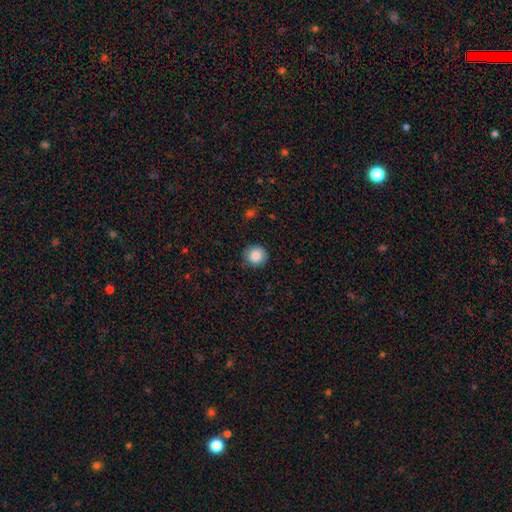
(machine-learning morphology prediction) Smooth or featured?
  - smooth: 87% *
  - star or artifact: 9%
  - featured or disk: 4%
How rounded?
  - round: 92% *
  - in between: 7%
  - cigar-shaped: 1%
Merging?
  - none: 87% *
  - minor disturbance: 10%
  - major disturbance: 2%
  - merger: 1%